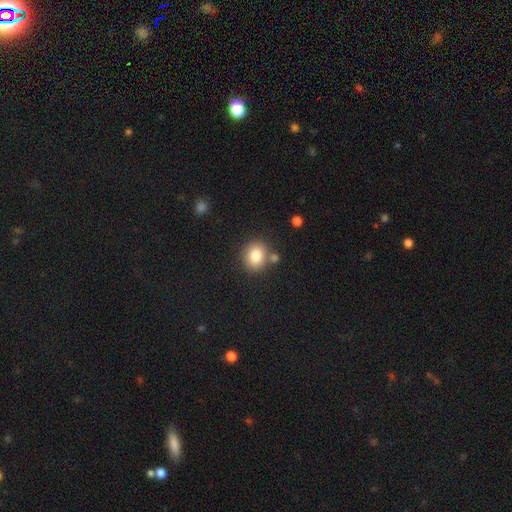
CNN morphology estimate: Overall: smooth (84%). How rounded: round (64%; in between 35%). Merging: none (73%).